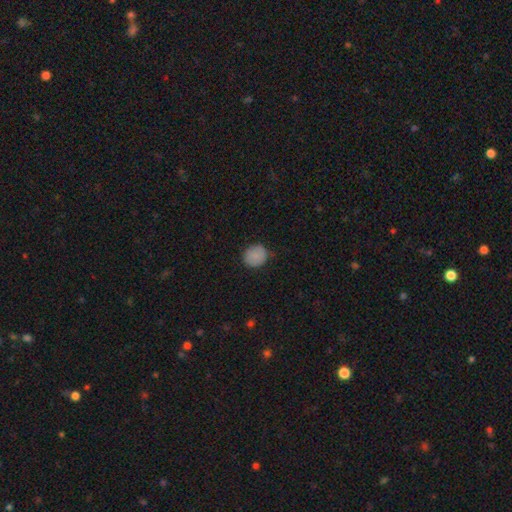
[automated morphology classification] smooth_or_featured: smooth (p=0.86) [alt: star or artifact p=0.09]
how_rounded: round (p=0.81) [alt: in between p=0.18]
merging: none (p=0.80) [alt: minor disturbance p=0.16]